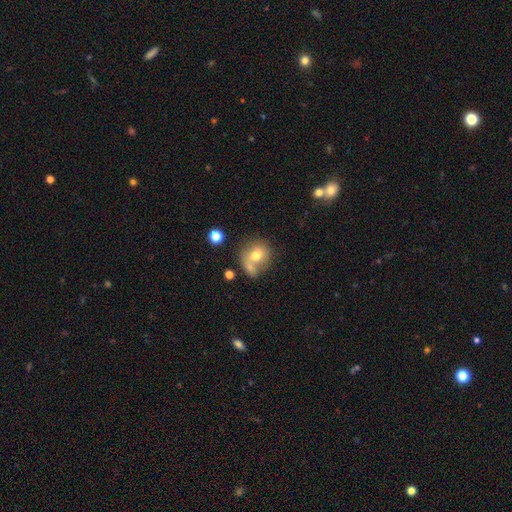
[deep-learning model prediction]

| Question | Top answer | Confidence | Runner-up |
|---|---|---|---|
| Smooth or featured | smooth | 68% | featured or disk (22%) |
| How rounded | round | 74% | in between (25%) |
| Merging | merger | 39% | none (38%) |